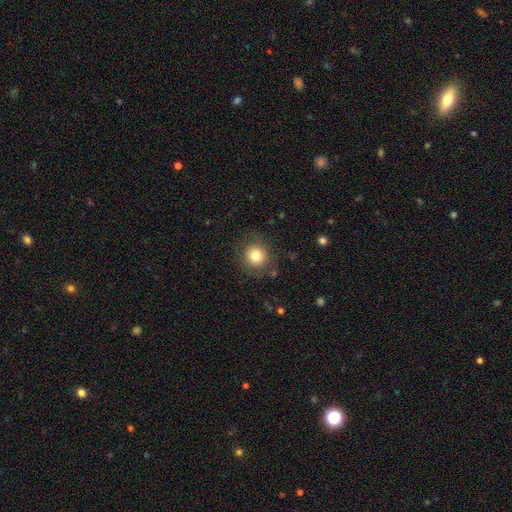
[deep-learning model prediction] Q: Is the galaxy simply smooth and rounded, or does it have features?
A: smooth — 79%.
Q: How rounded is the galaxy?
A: round — 90%.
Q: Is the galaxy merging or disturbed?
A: none — 82%.